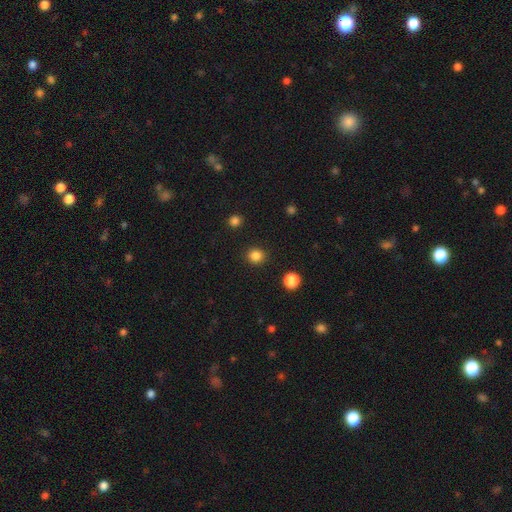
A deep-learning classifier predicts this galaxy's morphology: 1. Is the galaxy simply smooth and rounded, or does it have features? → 84% smooth, 12% star or artifact, 3% featured or disk.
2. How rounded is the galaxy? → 90% round, 10% in between, 1% cigar-shaped.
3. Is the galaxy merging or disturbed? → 91% none, 6% minor disturbance, 2% major disturbance, 1% merger.